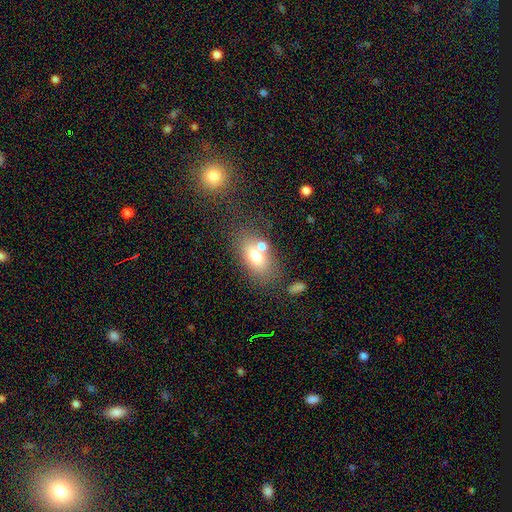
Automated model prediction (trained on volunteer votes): A smooth galaxy with no disk features (68%) that is in between round and cigar-shaped (81%).

Vote fractions:
- Smooth or featured? smooth: 68% / featured or disk: 21% / star or artifact: 11%
- How rounded? in between: 81% / round: 16% / cigar-shaped: 3%
- Merging? none: 50% / merger: 30% / minor disturbance: 13% / major disturbance: 7%